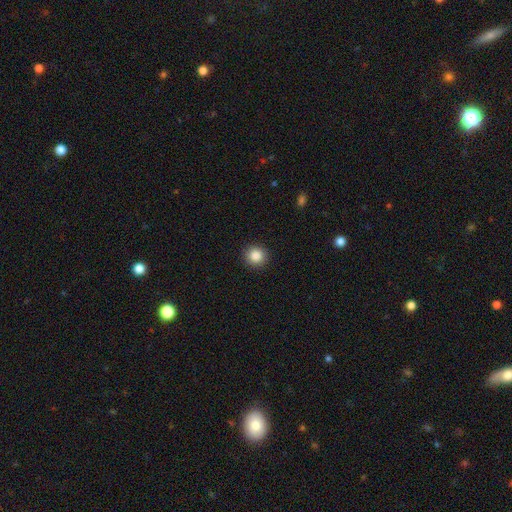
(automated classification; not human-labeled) smooth-or-featured: smooth: 86% | star or artifact: 10% | featured or disk: 4%
  how-rounded: round: 93% | in between: 6% | cigar-shaped: 1%
  merging: none: 92% | minor disturbance: 5% | major disturbance: 2% | merger: 1%